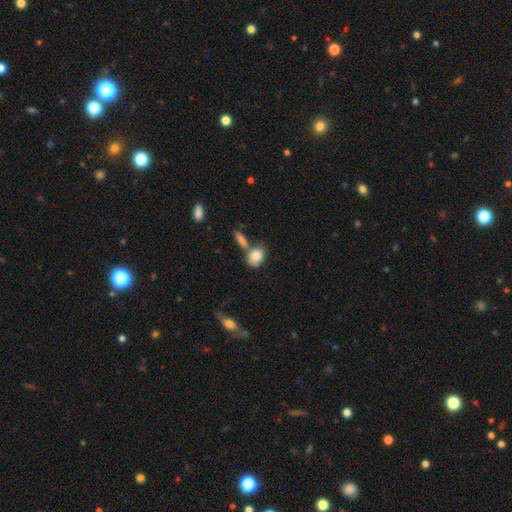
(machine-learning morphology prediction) This is clearly a smooth galaxy (82%). How rounded: likely in between (69%). Merging: possibly none (45%).